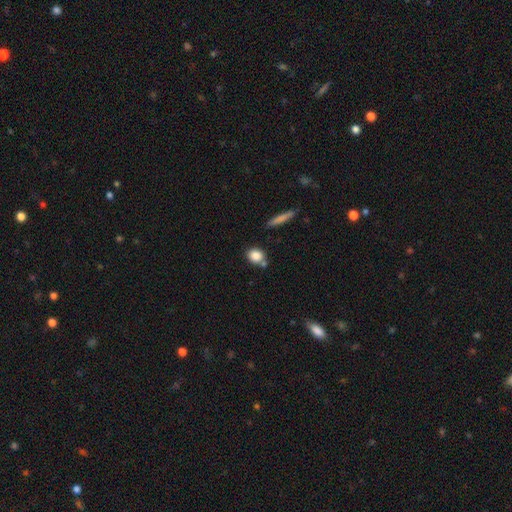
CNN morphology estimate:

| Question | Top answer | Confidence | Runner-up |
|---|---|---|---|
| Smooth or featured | smooth | 84% | star or artifact (9%) |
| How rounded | round | 62% | in between (35%) |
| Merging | none | 67% | merger (16%) |